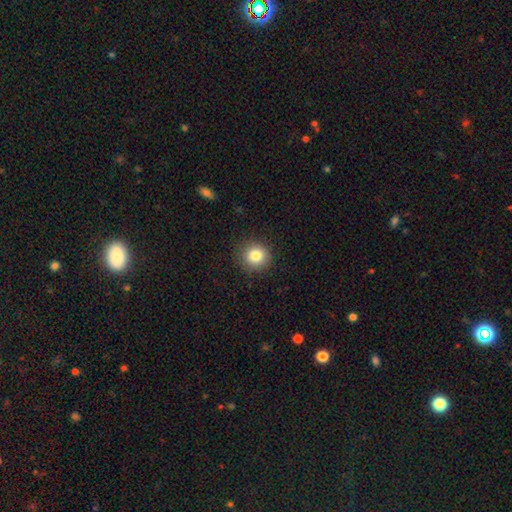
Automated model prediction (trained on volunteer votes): smooth-or-featured: smooth: 83% | star or artifact: 11% | featured or disk: 6%
  how-rounded: round: 91% | in between: 8% | cigar-shaped: 1%
  merging: none: 90% | minor disturbance: 7% | major disturbance: 2% | merger: 1%